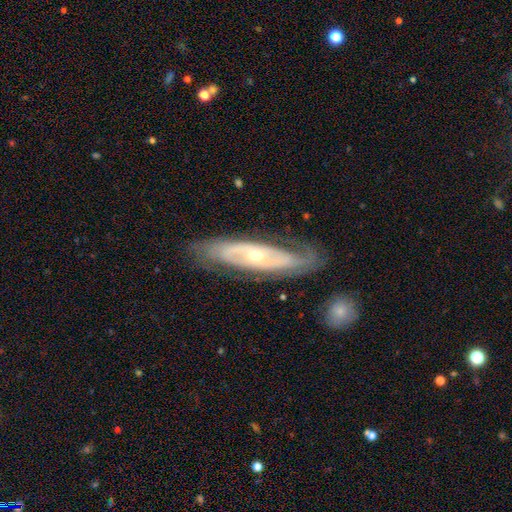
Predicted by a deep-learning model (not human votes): featured or disk 82%, smooth 13%, star or artifact 6%. Down the decision tree: edge-on disk — no (80%); bar — no (69%); spiral arms — yes (85%); spiral arm count — 2 (53%); spiral winding — tight (54%); bulge size — small (58%); merging — none (75%).